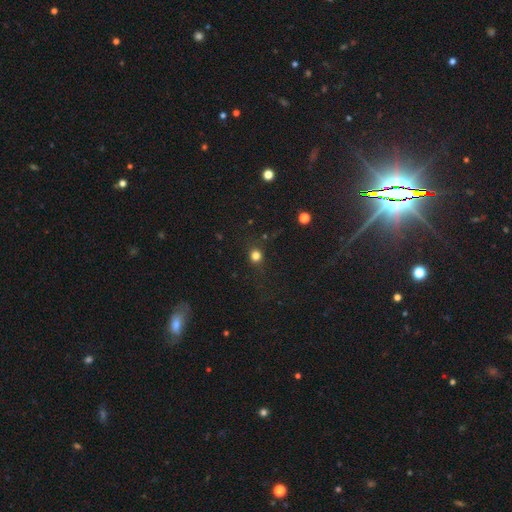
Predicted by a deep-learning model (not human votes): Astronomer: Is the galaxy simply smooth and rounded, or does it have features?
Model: smooth — 77%.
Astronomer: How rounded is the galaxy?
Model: round — 87%.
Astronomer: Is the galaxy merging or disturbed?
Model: none — 84%.